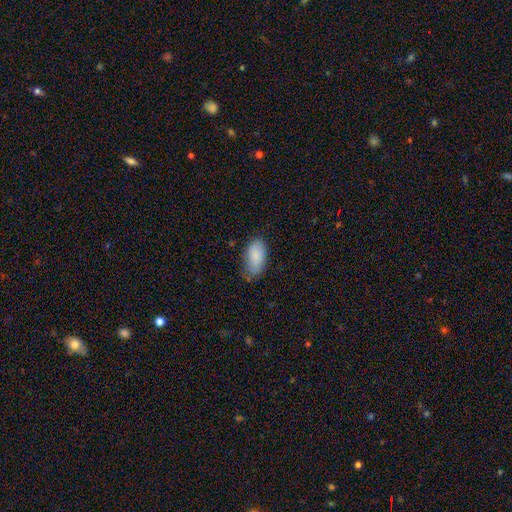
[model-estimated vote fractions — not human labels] Q: Smooth or featured?
A: smooth (85%); runner-up: featured or disk (8%)
Q: How rounded?
A: in between (92%); runner-up: cigar-shaped (5%)
Q: Merging?
A: none (63%); runner-up: minor disturbance (29%)